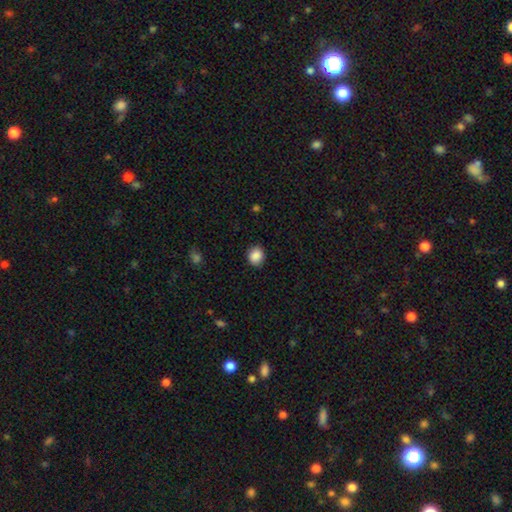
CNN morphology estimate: type=smooth (88%); roundness=round (73%); merging=none (87%).